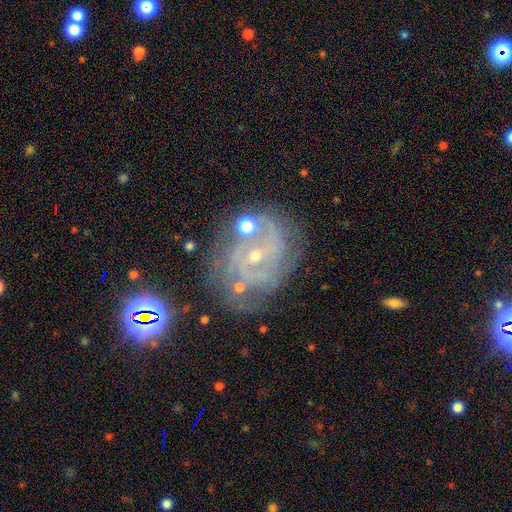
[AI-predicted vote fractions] smooth_or_featured: featured or disk (p=0.84) [alt: star or artifact p=0.10]
disk_edge_on: no (p=0.97) [alt: yes p=0.03]
bar: no (p=0.54) [alt: weak p=0.35]
has_spiral_arms: yes (p=0.94) [alt: no p=0.06]
spiral_winding: tight (p=0.53) [alt: medium p=0.37]
spiral_arm_count: 2 (p=0.39) [alt: can't tell p=0.22]
bulge_size: small (p=0.70) [alt: moderate p=0.26]
merging: none (p=0.61) [alt: minor disturbance p=0.20]